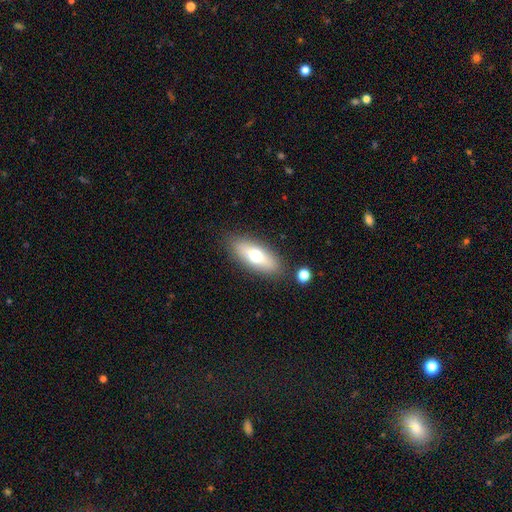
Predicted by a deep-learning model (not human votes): Morphology: type=smooth (64%); roundness=in between (71%); merging=none (84%).